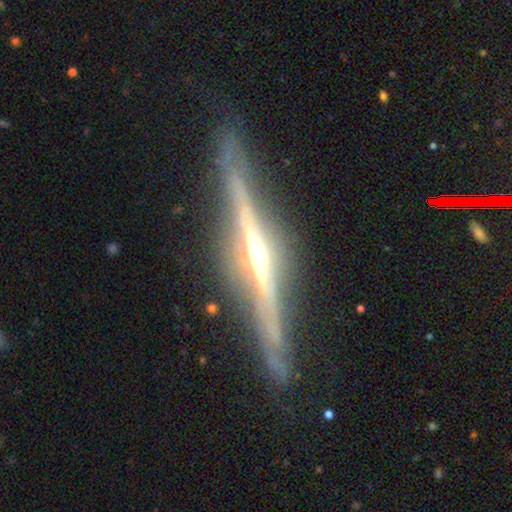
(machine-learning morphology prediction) Overall: featured or disk (88%). Edge-on disk: yes (97%). Edge-on bulge: rounded (76%). Merging: none (85%).